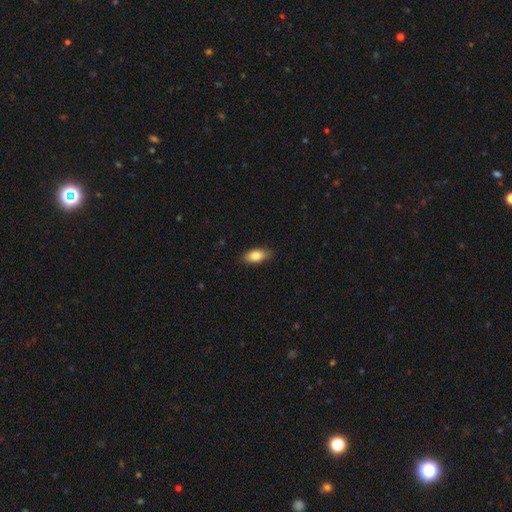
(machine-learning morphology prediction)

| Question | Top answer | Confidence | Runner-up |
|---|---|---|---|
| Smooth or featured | smooth | 82% | featured or disk (11%) |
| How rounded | in between | 88% | cigar-shaped (8%) |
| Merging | none | 87% | minor disturbance (10%) |